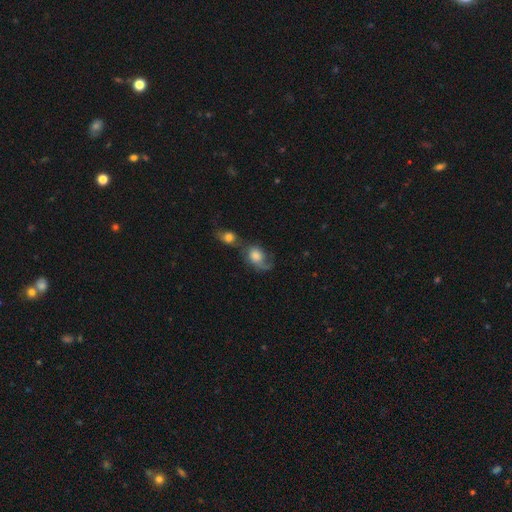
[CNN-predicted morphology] This is possibly a smooth galaxy (57%). How rounded: possibly in between (58%). Merging: possibly merger (47%).